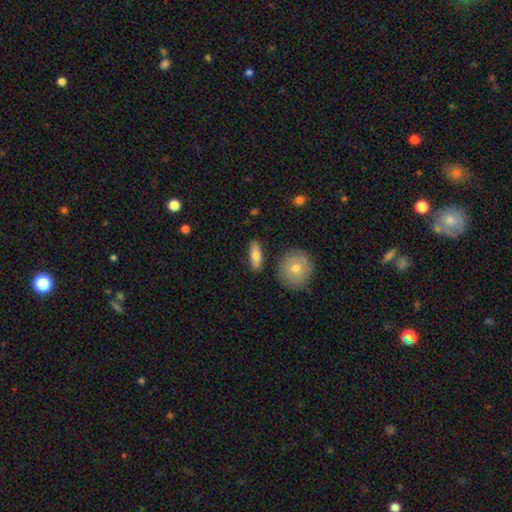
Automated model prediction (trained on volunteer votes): The model was most divided on "how rounded": in between: 63%, cigar-shaped: 31%, round: 5%. More confident: merging — none (83%); smooth or featured — smooth (69%).